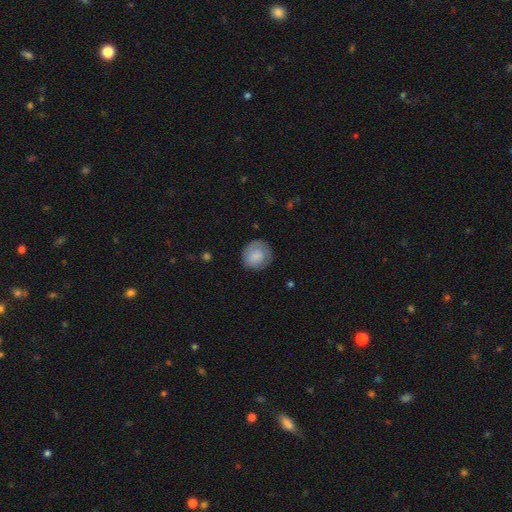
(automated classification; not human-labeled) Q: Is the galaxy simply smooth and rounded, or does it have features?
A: smooth — 79%.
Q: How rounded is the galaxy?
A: round — 89%.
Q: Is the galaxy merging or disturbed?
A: none — 77%.